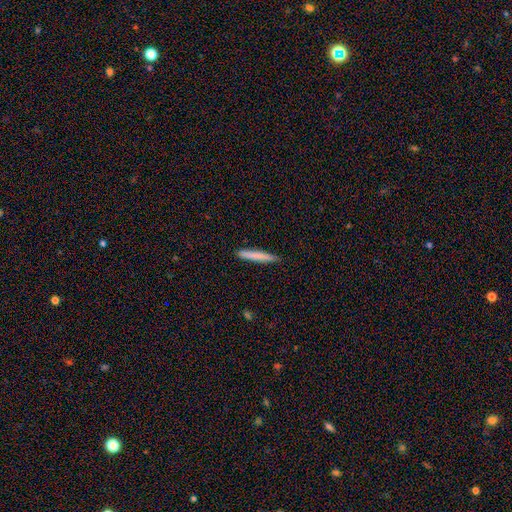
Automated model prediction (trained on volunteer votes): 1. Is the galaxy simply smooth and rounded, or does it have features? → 77% smooth, 17% featured or disk, 6% star or artifact.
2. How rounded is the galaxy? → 96% cigar-shaped, 3% in between, 1% round.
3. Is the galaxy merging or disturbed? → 90% none, 7% minor disturbance, 1% major disturbance, 1% merger.